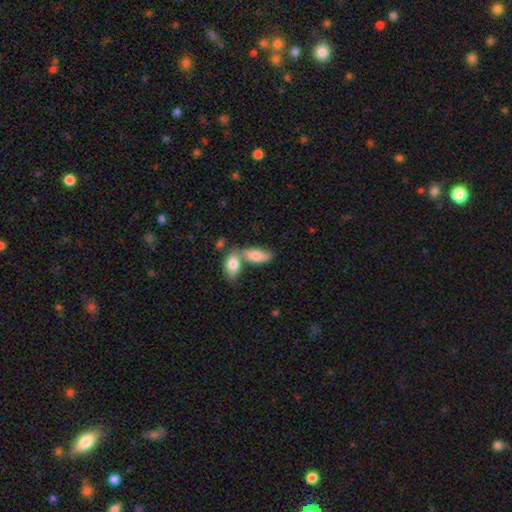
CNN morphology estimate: Smooth or featured? smooth (80%)
How rounded? in between (86%)
Merging? merger (51%)